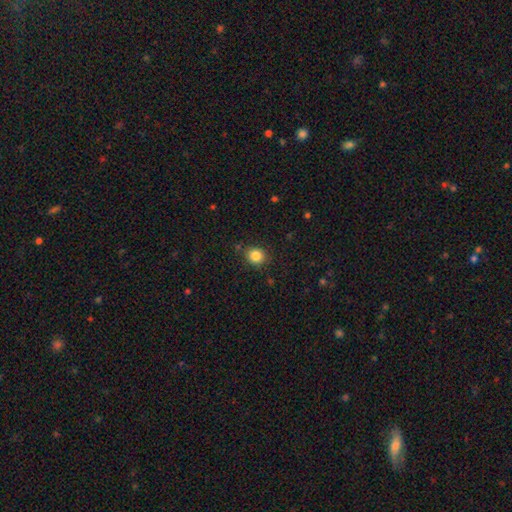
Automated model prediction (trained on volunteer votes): A smooth galaxy with no disk features (85%) that is round (80%). Merging: none (84%).